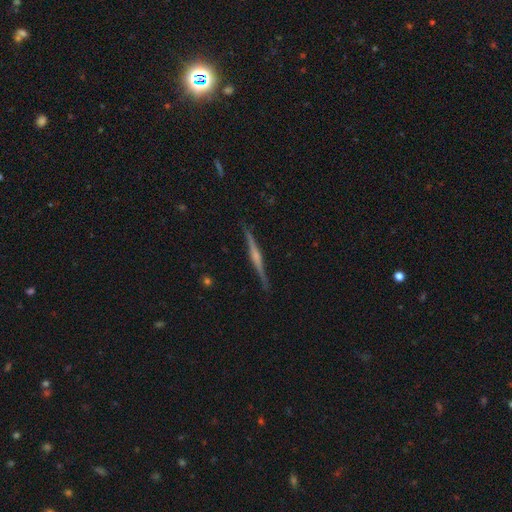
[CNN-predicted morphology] type=featured or disk (80%); edge-on=yes (98%); edge-on bulge=rounded (64%); merging=none (90%).